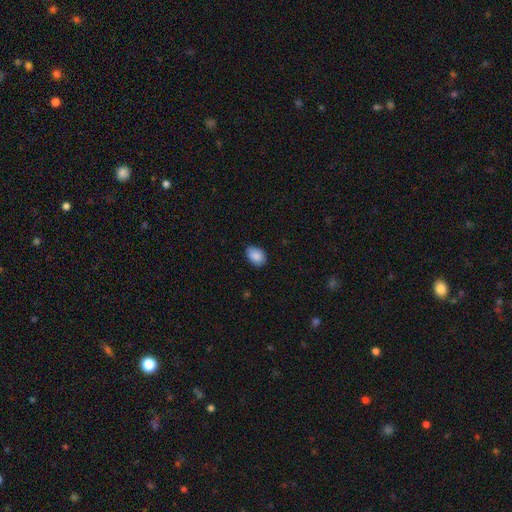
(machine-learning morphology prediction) smooth 89%, star or artifact 7%, featured or disk 4%. Down the decision tree: how rounded — in between (80%); merging — none (81%).